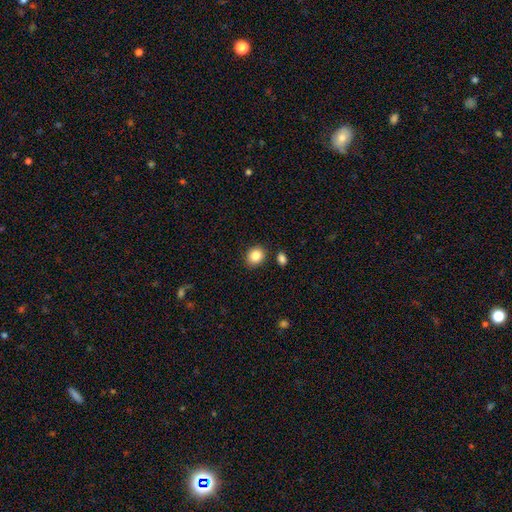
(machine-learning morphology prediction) smooth 86%, star or artifact 9%, featured or disk 5%. Down the decision tree: how rounded — round (65%); merging — none (86%).